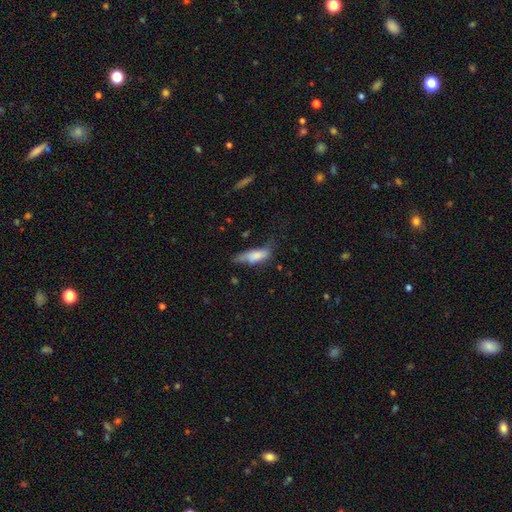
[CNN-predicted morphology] smooth 73%, featured or disk 19%, star or artifact 7%. Down the decision tree: how rounded — in between (57%); merging — none (38%).